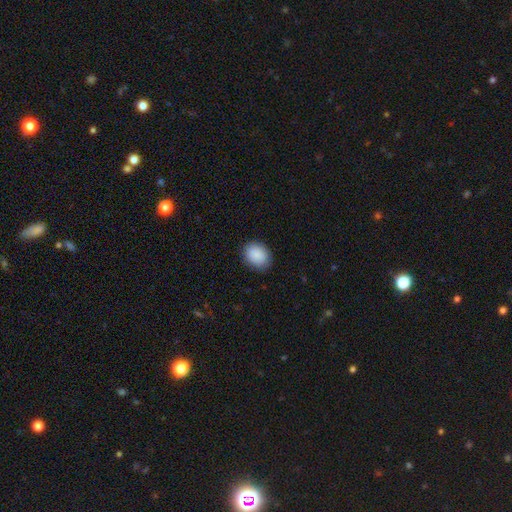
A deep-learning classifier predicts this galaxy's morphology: A smooth galaxy with no disk features (90%) that is in between round and cigar-shaped (59%).

Vote fractions:
- Smooth or featured? smooth: 90% / star or artifact: 7% / featured or disk: 3%
- How rounded? in between: 59% / round: 40% / cigar-shaped: 1%
- Merging? none: 85% / minor disturbance: 12% / major disturbance: 3% / merger: 1%